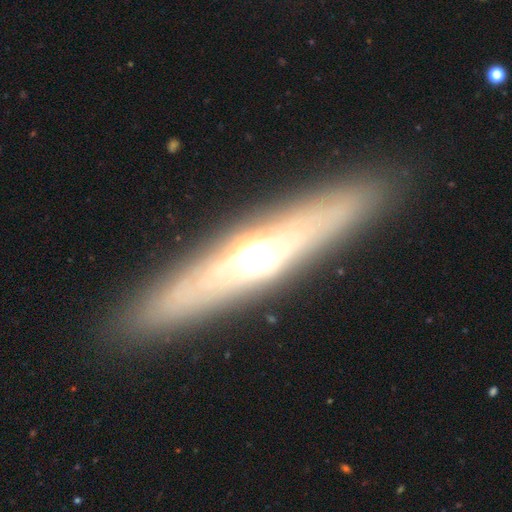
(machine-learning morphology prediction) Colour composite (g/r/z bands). It shows a featured or disk galaxy (74%) viewed edge-on (71%) with a rounded central bulge (79%). Merging: none (85%).